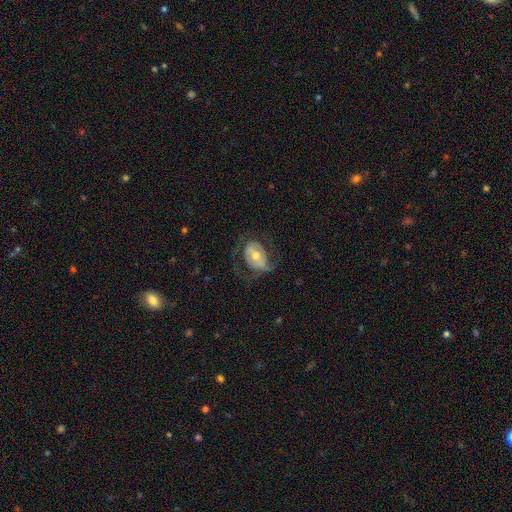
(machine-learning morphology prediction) Smooth or featured?
  - featured or disk: 66% *
  - smooth: 26%
  - star or artifact: 8%
Edge-on disk?
  - no: 95% *
  - yes: 5%
Bar?
  - no: 49% *
  - weak: 32%
  - strong: 19%
Spiral arms?
  - yes: 69% *
  - no: 31%
Bulge size?
  - moderate: 67% *
  - small: 24%
  - large: 6%
  - none: 1%
  - dominant: 1%
Merging?
  - none: 55% *
  - major disturbance: 24%
  - minor disturbance: 19%
  - merger: 1%